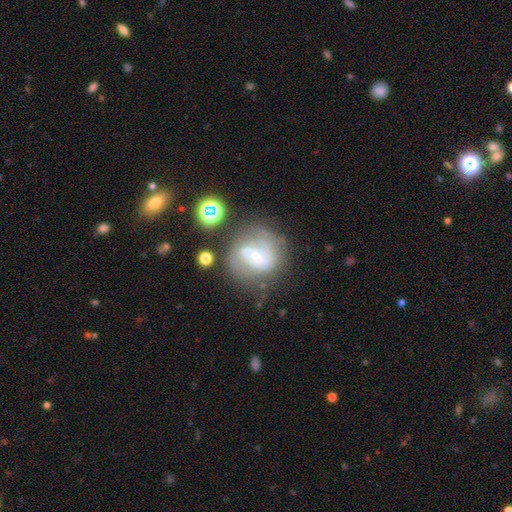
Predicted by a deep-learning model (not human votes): Smooth or featured? Predicted: featured or disk (p=0.70). Edge-on disk? Predicted: no (p=0.97). Bar? Predicted: weak (p=0.48). Spiral arms? Predicted: yes (p=0.80). Spiral winding? Predicted: medium (p=0.42). Spiral arm count? Predicted: 2 (p=0.60). Bulge size? Predicted: small (p=0.60). Merging? Predicted: none (p=0.56).